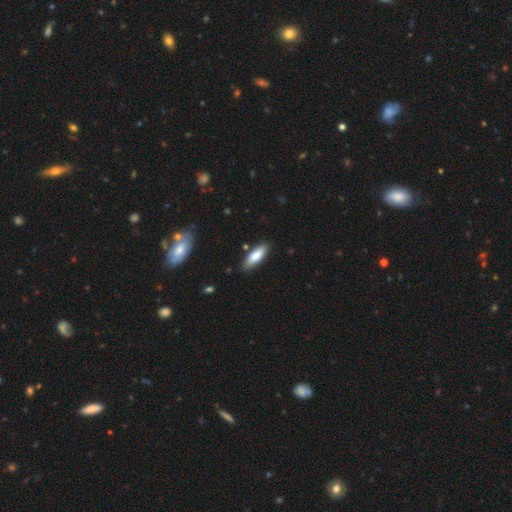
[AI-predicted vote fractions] Overall: smooth (76%). How rounded: in between (58%; cigar-shaped 40%). Merging: none (84%).